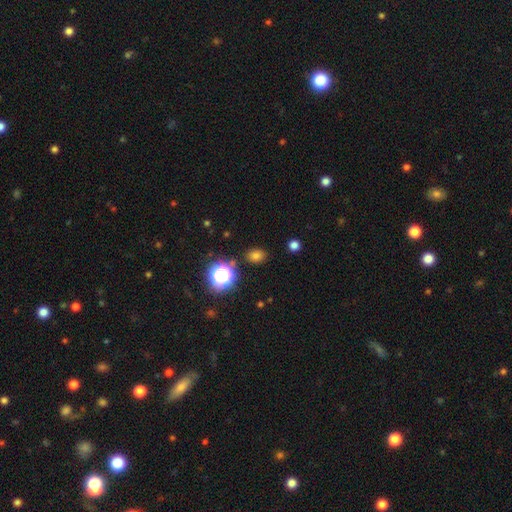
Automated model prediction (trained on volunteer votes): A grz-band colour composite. It shows a smooth galaxy with no disk features (74%) that is in between round and cigar-shaped (63%). Merging: none (84%).